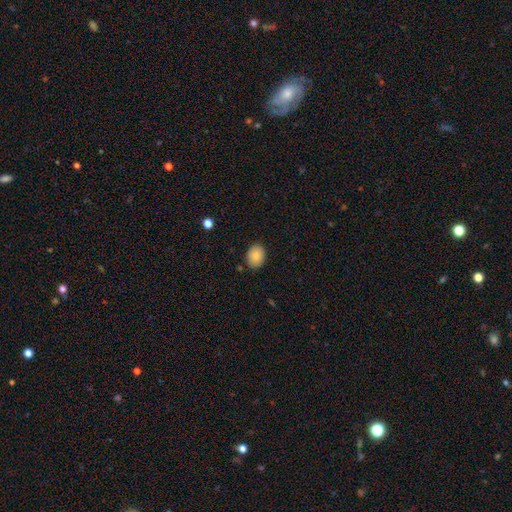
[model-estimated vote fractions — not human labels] Morphology: type=smooth (85%); roundness=in between (66%); merging=none (87%).